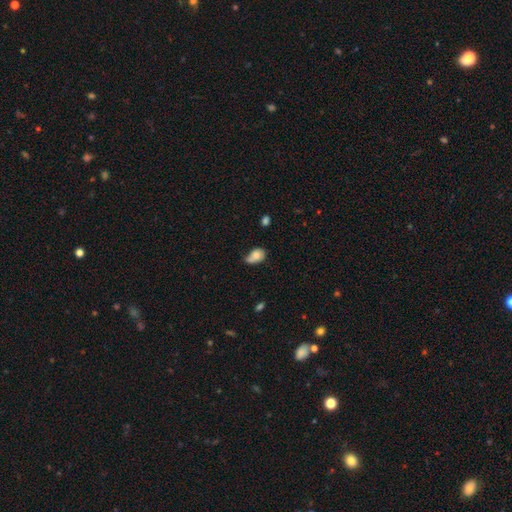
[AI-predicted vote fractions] Smooth or featured? Predicted: smooth (p=0.70). How rounded? Predicted: in between (p=0.80). Merging? Predicted: minor disturbance (p=0.40).